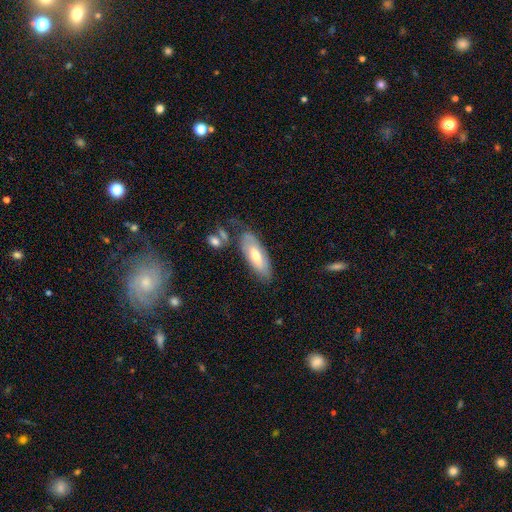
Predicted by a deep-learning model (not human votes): smooth-or-featured: smooth: 55% | featured or disk: 38% | star or artifact: 6%
  how-rounded: in between: 69% | cigar-shaped: 29% | round: 2%
  merging: none: 67% | minor disturbance: 21% | major disturbance: 7% | merger: 5%